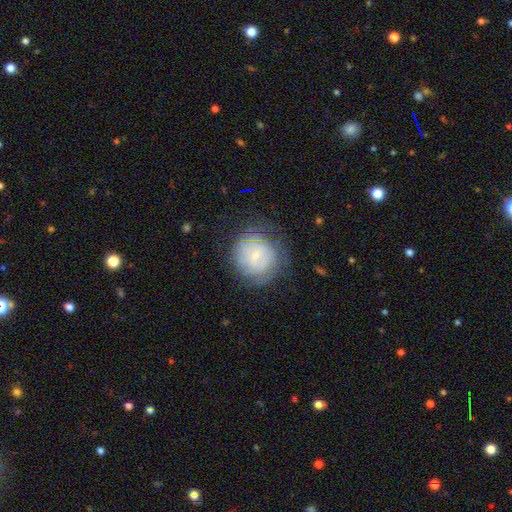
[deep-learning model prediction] smooth_or_featured: smooth (p=0.59) [alt: featured or disk p=0.32]
how_rounded: round (p=0.89) [alt: in between p=0.10]
merging: none (p=0.67) [alt: minor disturbance p=0.21]